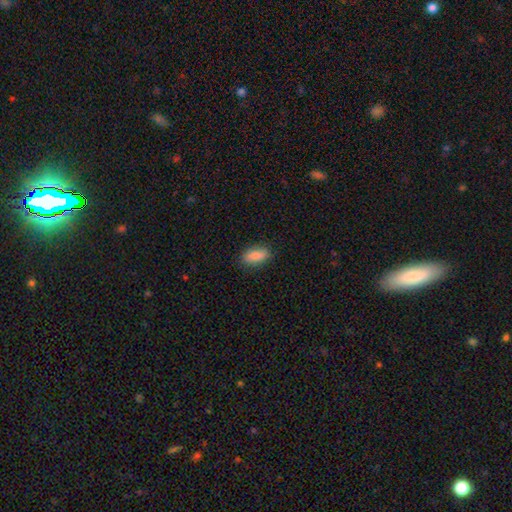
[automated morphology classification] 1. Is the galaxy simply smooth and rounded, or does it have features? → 87% smooth, 7% star or artifact, 6% featured or disk.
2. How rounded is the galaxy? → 81% in between, 16% cigar-shaped, 3% round.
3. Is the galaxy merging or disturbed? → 86% none, 10% minor disturbance, 2% major disturbance, 1% merger.